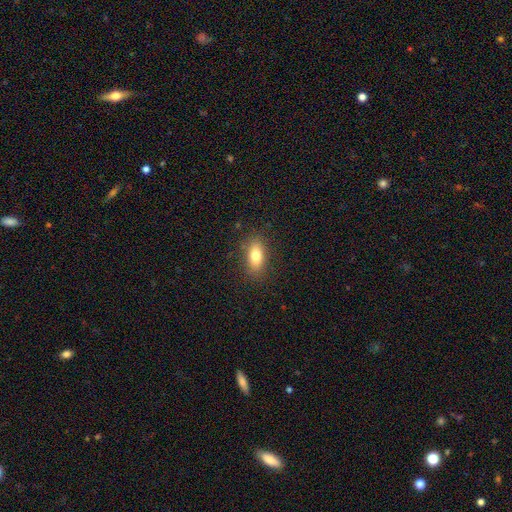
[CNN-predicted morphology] Overall: smooth (78%). How rounded: in between (82%). Merging: none (86%).